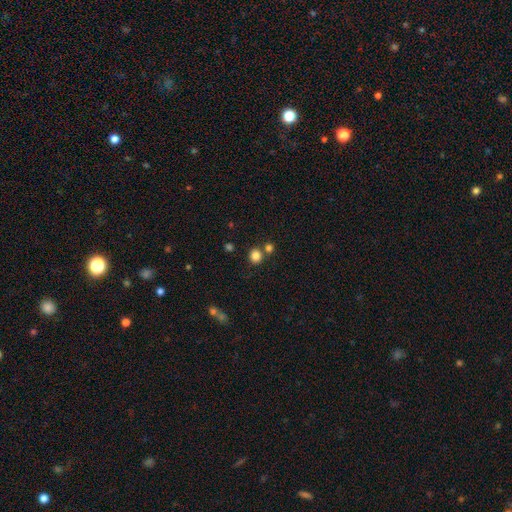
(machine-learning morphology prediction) The model was most divided on "merging": none: 71%, merger: 18%, minor disturbance: 8%, major disturbance: 3%. More confident: smooth or featured — smooth (82%); how rounded — round (82%).